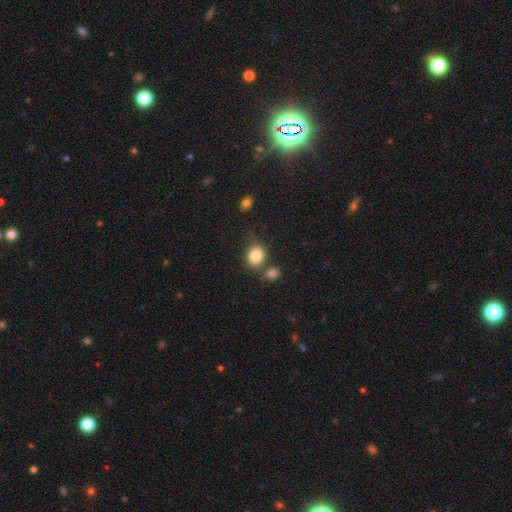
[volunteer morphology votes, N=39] Volunteers were most divided on "how rounded": round: 61%, in between: 39%, cigar-shaped: 0%. More confident: smooth or featured — smooth (85%); merging — none (50%).